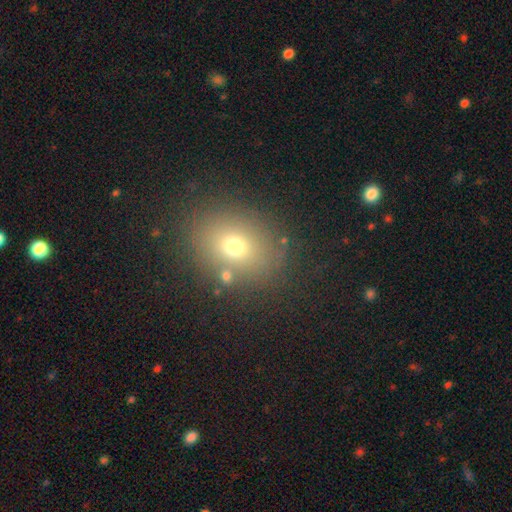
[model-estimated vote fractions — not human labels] Q: Smooth or featured?
A: smooth (65%); runner-up: star or artifact (23%)
Q: How rounded?
A: round (50%); runner-up: in between (48%)
Q: Merging?
A: none (84%); runner-up: minor disturbance (9%)